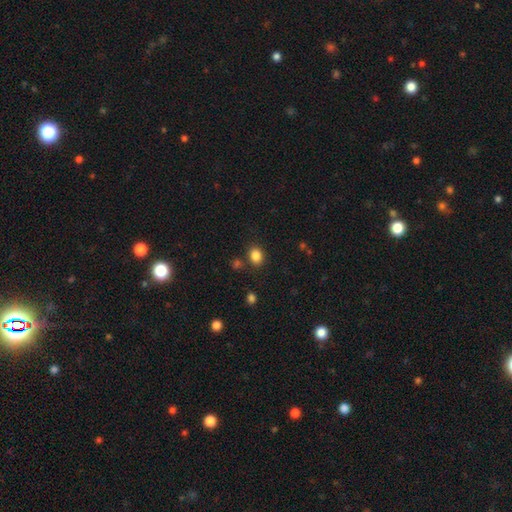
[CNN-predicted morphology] Q: Smooth or featured?
A: smooth (85%); runner-up: star or artifact (11%)
Q: How rounded?
A: round (51%); runner-up: in between (48%)
Q: Merging?
A: none (81%); runner-up: minor disturbance (10%)